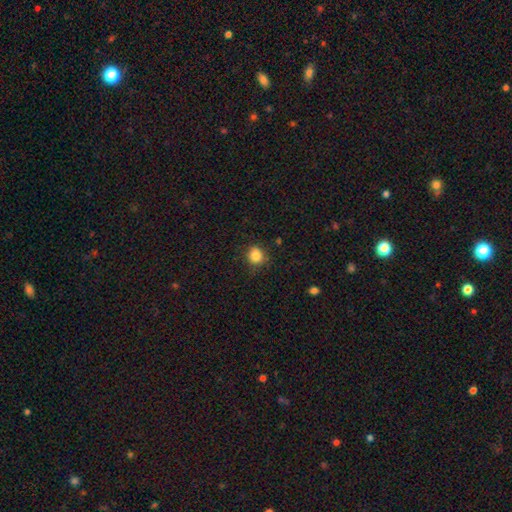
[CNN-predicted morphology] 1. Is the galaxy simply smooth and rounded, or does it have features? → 84% smooth, 11% star or artifact, 5% featured or disk.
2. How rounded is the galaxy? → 82% round, 17% in between, 1% cigar-shaped.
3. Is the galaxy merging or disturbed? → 79% none, 15% minor disturbance, 4% major disturbance, 1% merger.